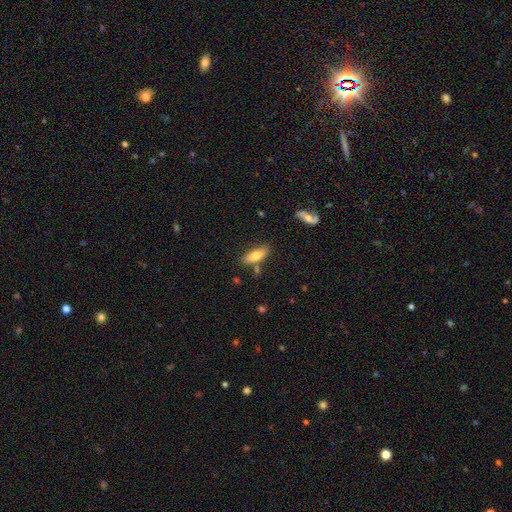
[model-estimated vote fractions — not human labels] smooth-or-featured: smooth: 70% | featured or disk: 23% | star or artifact: 7%
  how-rounded: in between: 69% | cigar-shaped: 28% | round: 3%
  merging: none: 75% | minor disturbance: 14% | merger: 8% | major disturbance: 3%